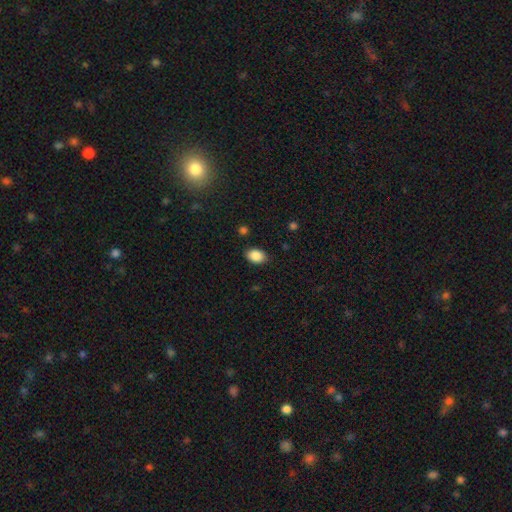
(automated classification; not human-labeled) Q: Smooth or featured?
A: smooth (88%); runner-up: star or artifact (8%)
Q: How rounded?
A: in between (83%); runner-up: round (16%)
Q: Merging?
A: none (86%); runner-up: minor disturbance (10%)